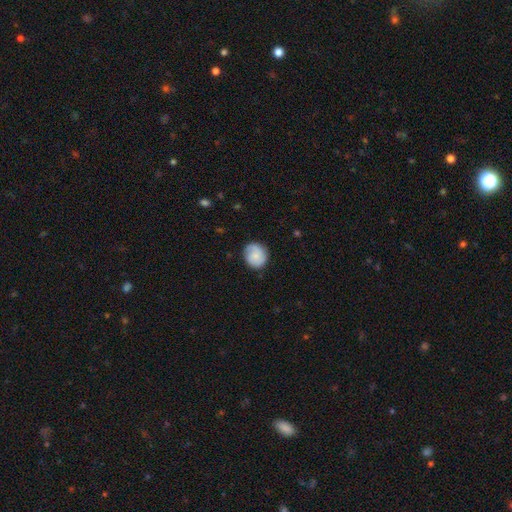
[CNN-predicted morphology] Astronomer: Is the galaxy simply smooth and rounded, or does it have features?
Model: smooth — 61%.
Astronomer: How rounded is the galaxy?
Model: round — 78%.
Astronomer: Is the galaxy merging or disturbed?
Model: none — 75%.